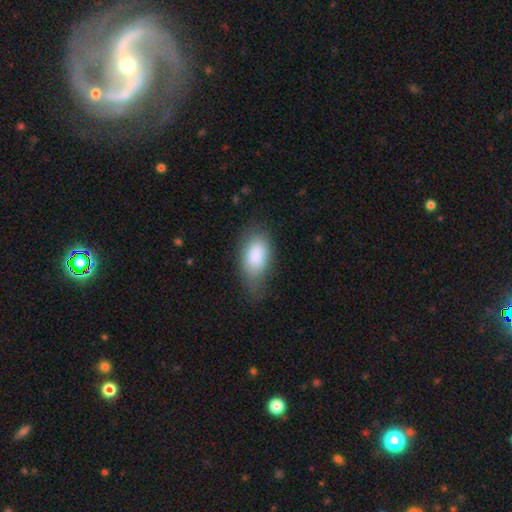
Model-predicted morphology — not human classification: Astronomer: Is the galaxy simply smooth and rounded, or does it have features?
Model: smooth — 84%.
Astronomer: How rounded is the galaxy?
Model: in between — 92%.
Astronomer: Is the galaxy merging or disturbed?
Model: none — 58%.